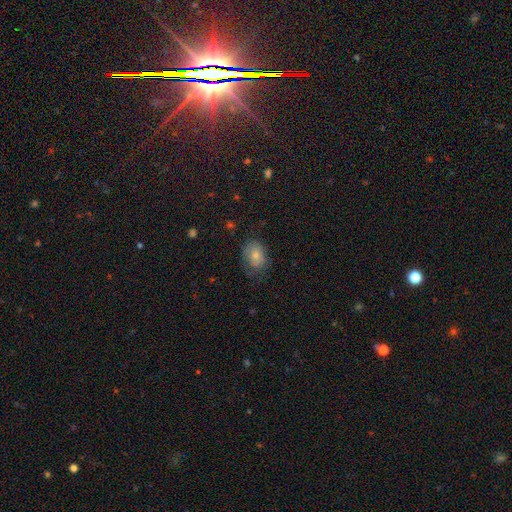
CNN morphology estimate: The model was most divided on "merging": none: 58%, minor disturbance: 27%, major disturbance: 13%, merger: 1%. More confident: smooth or featured — smooth (74%); how rounded — in between (66%).